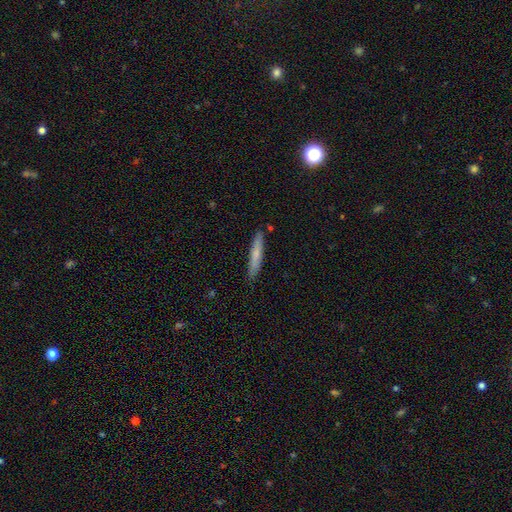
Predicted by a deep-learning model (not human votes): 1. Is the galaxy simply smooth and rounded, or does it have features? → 70% smooth, 25% featured or disk, 6% star or artifact.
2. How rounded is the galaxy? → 91% cigar-shaped, 7% in between, 1% round.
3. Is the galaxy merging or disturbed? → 84% none, 12% minor disturbance, 2% merger, 2% major disturbance.